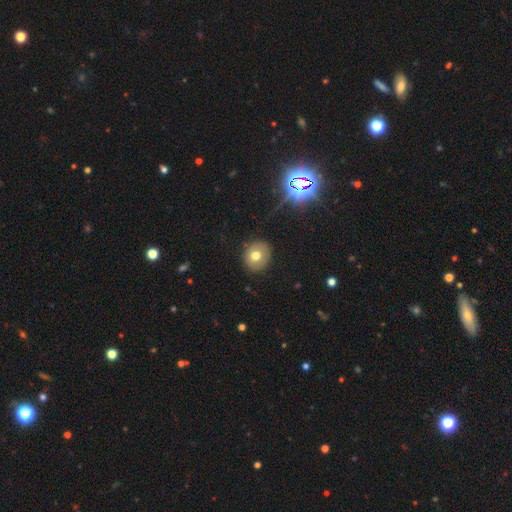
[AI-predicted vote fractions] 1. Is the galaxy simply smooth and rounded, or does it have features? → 71% smooth, 16% featured or disk, 14% star or artifact.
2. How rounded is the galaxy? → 80% round, 19% in between, 1% cigar-shaped.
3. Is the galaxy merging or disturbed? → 87% none, 9% minor disturbance, 3% major disturbance, 1% merger.